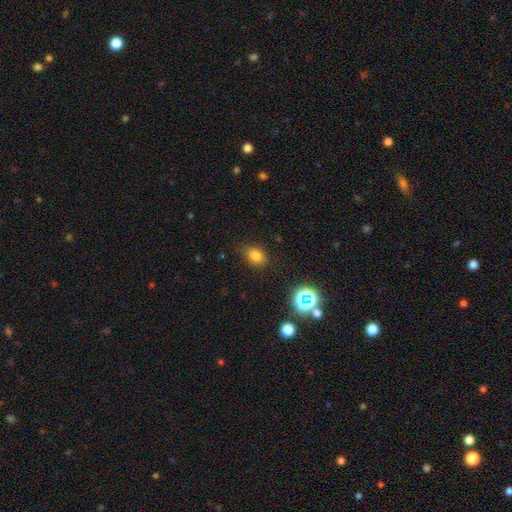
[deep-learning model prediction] This appears to be a smooth galaxy with no disk features (78%) that is in between round and cigar-shaped (70%). Merging: none (79%).